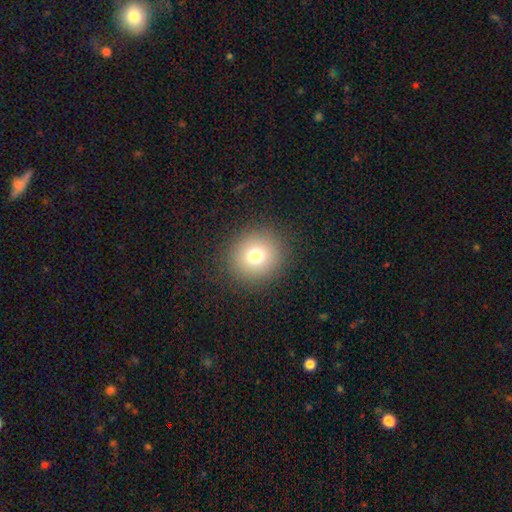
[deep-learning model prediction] smooth-or-featured: smooth: 75% | star or artifact: 14% | featured or disk: 11%
  how-rounded: round: 88% | in between: 11% | cigar-shaped: 1%
  merging: none: 89% | minor disturbance: 6% | major disturbance: 3% | merger: 1%